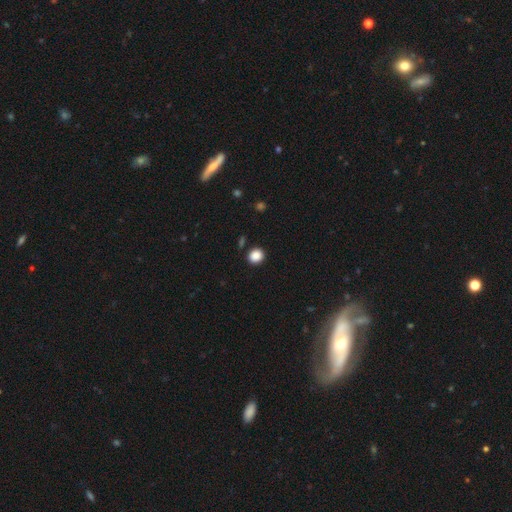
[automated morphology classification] smooth-or-featured: smooth: 88% | star or artifact: 10% | featured or disk: 3%
  how-rounded: round: 79% | in between: 20% | cigar-shaped: 1%
  merging: none: 89% | minor disturbance: 7% | merger: 2% | major disturbance: 2%